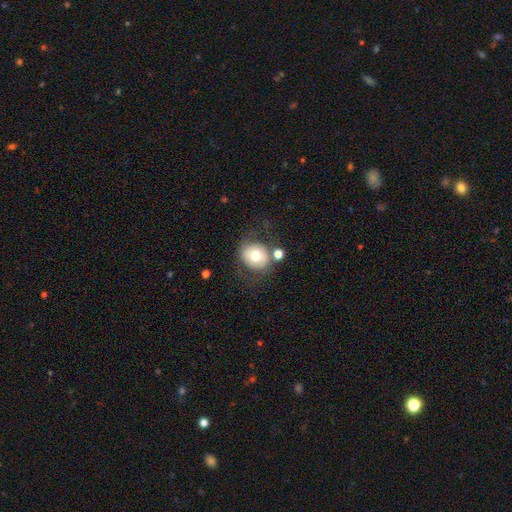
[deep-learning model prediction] This appears to be a smooth galaxy with no disk features (66%) that is round (74%). Merging: none (61%).